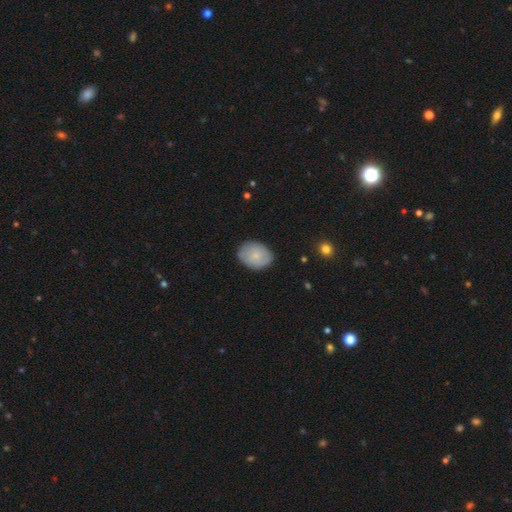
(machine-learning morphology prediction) Smooth or featured: smooth — 75% (featured or disk — 19%)
How rounded: in between — 72% (round — 27%)
Merging: none — 82% (minor disturbance — 14%)